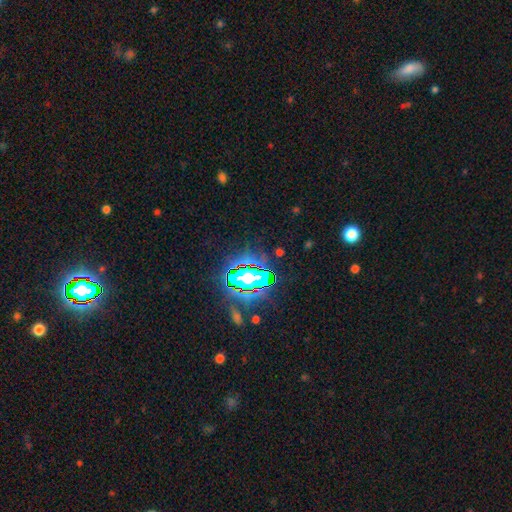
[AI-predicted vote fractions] A star or artifact, not a galaxy (83%).

Vote fractions:
- Smooth or featured? star or artifact: 83% / smooth: 10% / featured or disk: 8%